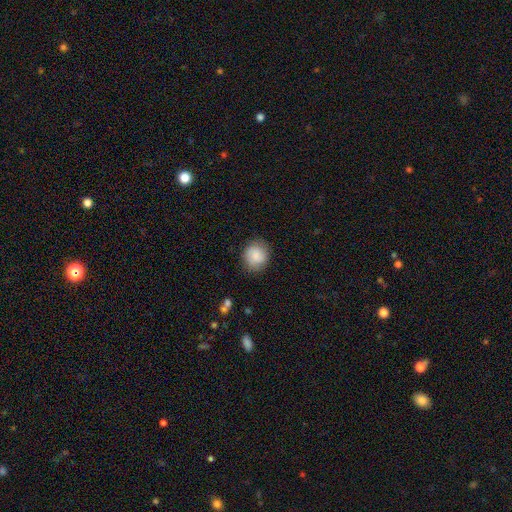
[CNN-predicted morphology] smooth-or-featured: smooth: 82% | featured or disk: 11% | star or artifact: 7%
  how-rounded: round: 78% | in between: 21% | cigar-shaped: 1%
  merging: none: 83% | minor disturbance: 12% | major disturbance: 3% | merger: 1%